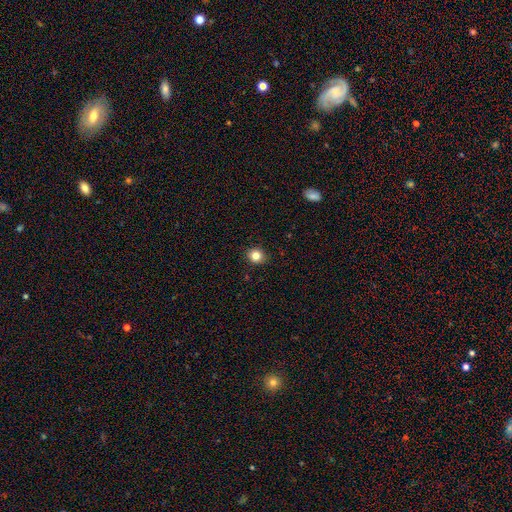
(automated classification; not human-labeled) Morphology: type=smooth (82%); roundness=round (83%); merging=none (91%).